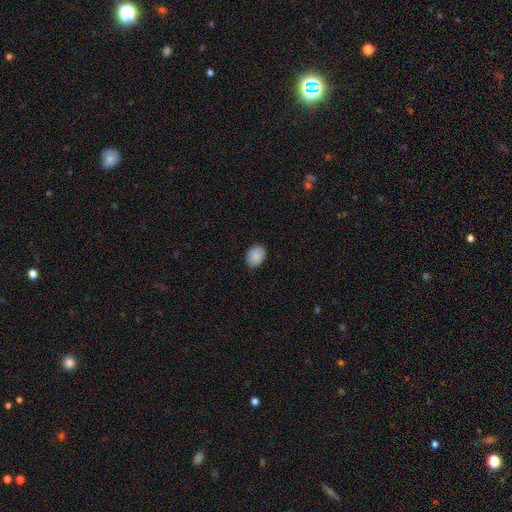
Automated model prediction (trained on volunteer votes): This is clearly a smooth galaxy (88%). How rounded: likely in between (72%). Merging: clearly none (88%).